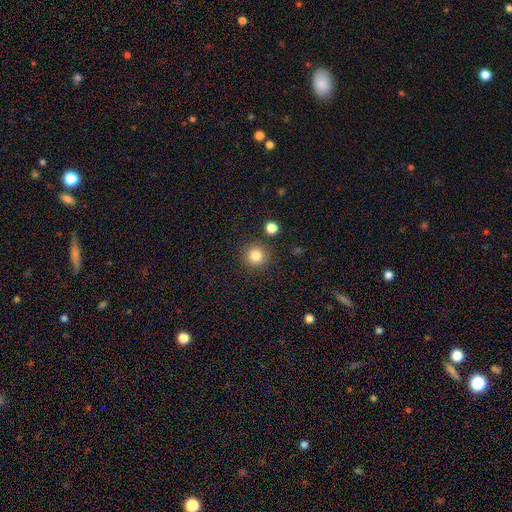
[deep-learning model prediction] smooth-or-featured: smooth: 83% | star or artifact: 12% | featured or disk: 5%
  how-rounded: round: 94% | in between: 5% | cigar-shaped: 1%
  merging: none: 88% | minor disturbance: 6% | merger: 3% | major disturbance: 2%